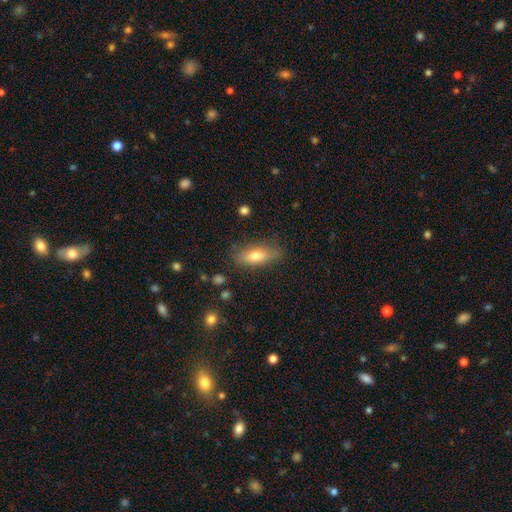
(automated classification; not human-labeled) Smooth or featured?
  - smooth: 71% *
  - featured or disk: 21%
  - star or artifact: 7%
How rounded?
  - in between: 69% *
  - cigar-shaped: 27%
  - round: 4%
Merging?
  - none: 78% *
  - minor disturbance: 16%
  - major disturbance: 4%
  - merger: 2%